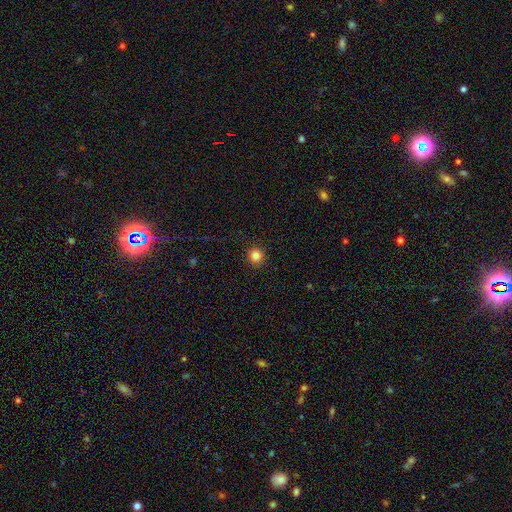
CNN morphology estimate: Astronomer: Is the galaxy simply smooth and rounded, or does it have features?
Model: smooth — 84%.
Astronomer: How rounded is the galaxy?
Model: round — 94%.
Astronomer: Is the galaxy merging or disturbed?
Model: none — 92%.